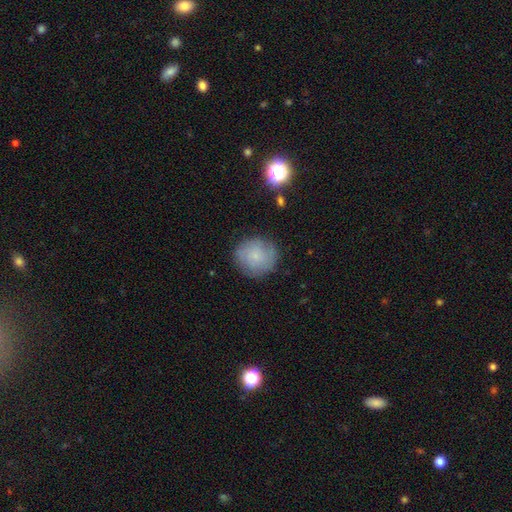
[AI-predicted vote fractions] A smooth galaxy with no disk features (65%) that is round (89%). Merging: none (79%).